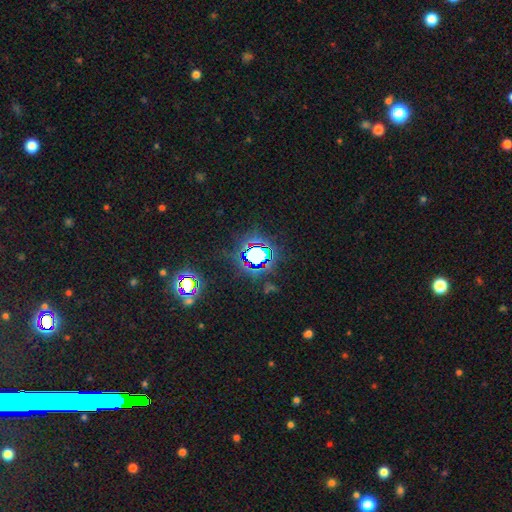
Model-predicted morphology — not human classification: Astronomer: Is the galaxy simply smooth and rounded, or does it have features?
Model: star or artifact — 71%.